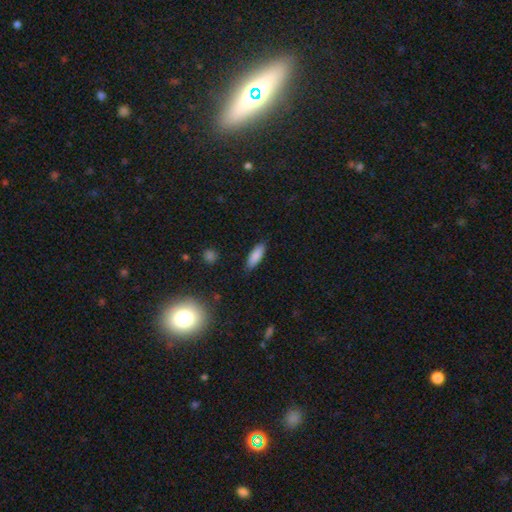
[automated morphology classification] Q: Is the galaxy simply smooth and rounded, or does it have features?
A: smooth — 86%.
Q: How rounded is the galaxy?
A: in between — 67%.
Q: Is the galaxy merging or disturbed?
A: none — 84%.